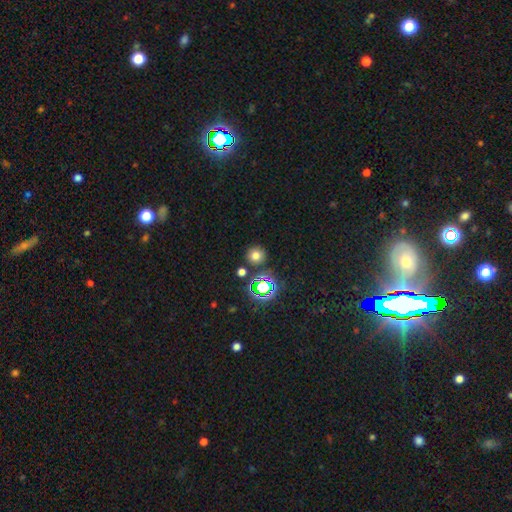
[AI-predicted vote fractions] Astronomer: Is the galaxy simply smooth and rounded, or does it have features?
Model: smooth — 69%.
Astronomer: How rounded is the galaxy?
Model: round — 92%.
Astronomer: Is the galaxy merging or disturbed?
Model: none — 84%.